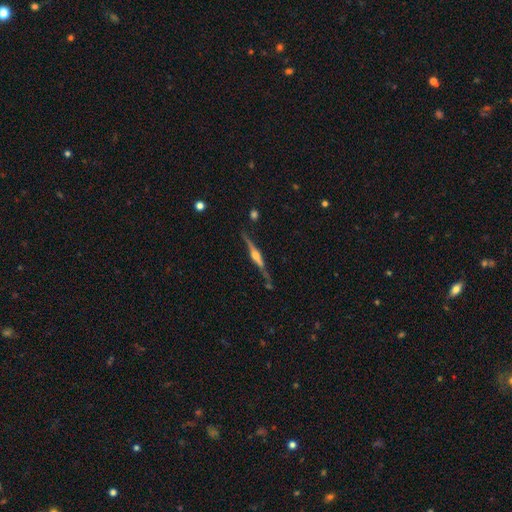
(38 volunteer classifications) smooth-or-featured: featured or disk: 92% | smooth: 8% | star or artifact: 0%
  disk-edge-on: yes: 100% | no: 0%
    edge-on-bulge: rounded: 74% | boxy: 26% | none: 0%
  merging: none: 61% | minor disturbance: 26% | major disturbance: 11% | merger: 3%